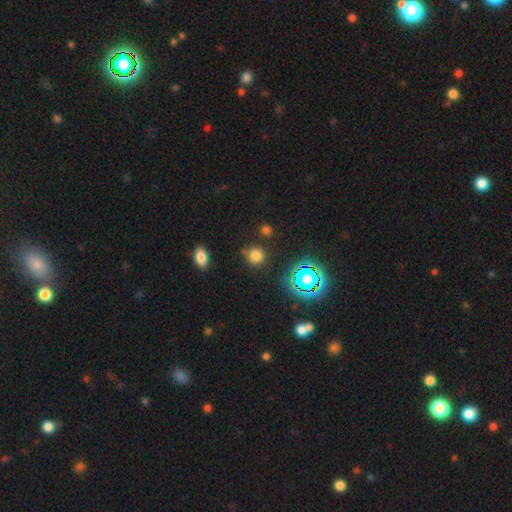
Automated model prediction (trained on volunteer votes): Smooth or featured?
  - smooth: 73% *
  - star or artifact: 21%
  - featured or disk: 6%
How rounded?
  - round: 90% *
  - in between: 8%
  - cigar-shaped: 1%
Merging?
  - none: 81% *
  - minor disturbance: 10%
  - merger: 5%
  - major disturbance: 4%